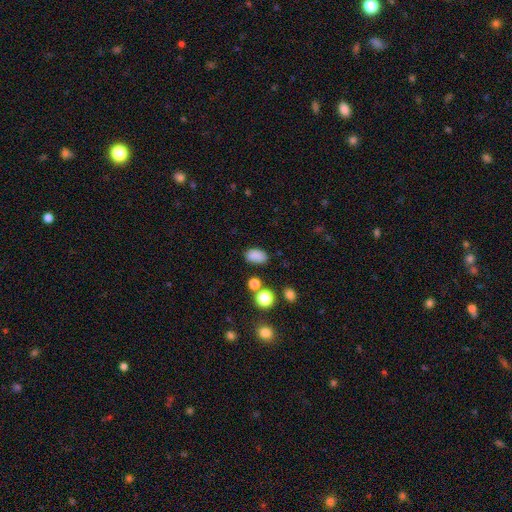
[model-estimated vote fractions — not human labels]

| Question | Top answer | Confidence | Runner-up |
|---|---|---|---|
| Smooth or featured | smooth | 84% | star or artifact (12%) |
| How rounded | in between | 88% | round (10%) |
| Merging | none | 78% | minor disturbance (14%) |